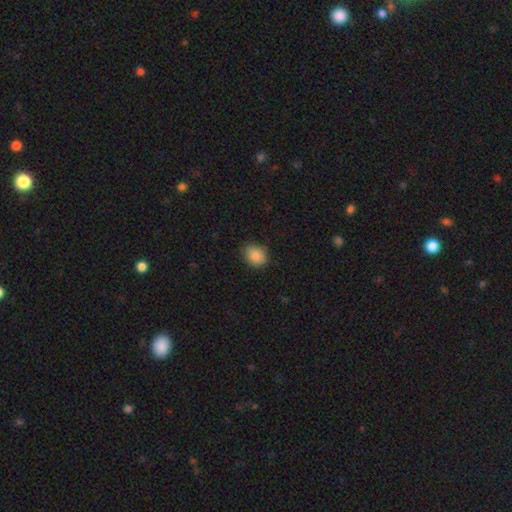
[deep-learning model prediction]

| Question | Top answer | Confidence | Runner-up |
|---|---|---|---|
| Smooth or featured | smooth | 88% | star or artifact (8%) |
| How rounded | round | 57% | in between (42%) |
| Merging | none | 82% | minor disturbance (14%) |